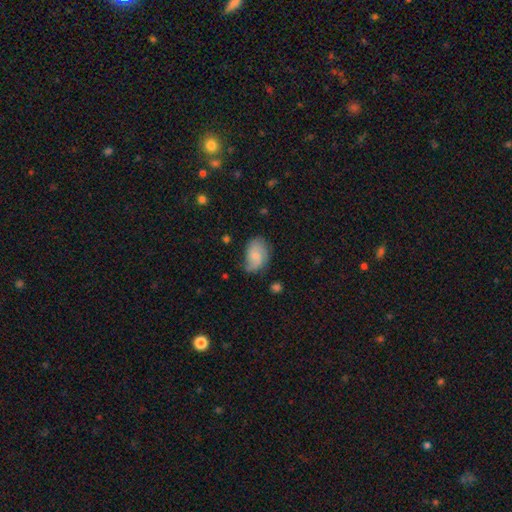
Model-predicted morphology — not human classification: smooth-or-featured: smooth: 59% | featured or disk: 33% | star or artifact: 7%
  how-rounded: in between: 86% | round: 12% | cigar-shaped: 1%
  merging: none: 57% | minor disturbance: 31% | major disturbance: 10% | merger: 2%